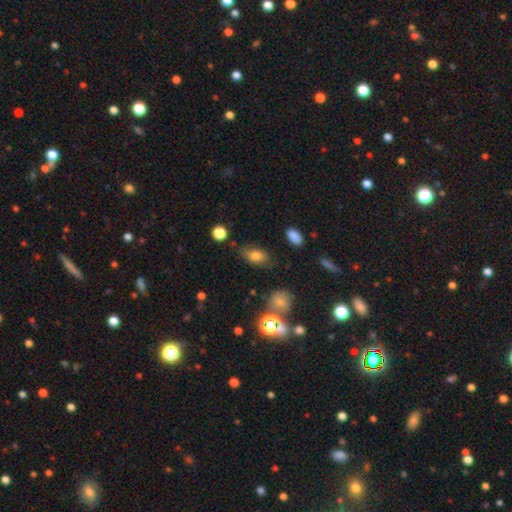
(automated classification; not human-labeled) This appears to be a smooth galaxy with no disk features (76%) that is in between round and cigar-shaped (86%). Merging: none (66%).